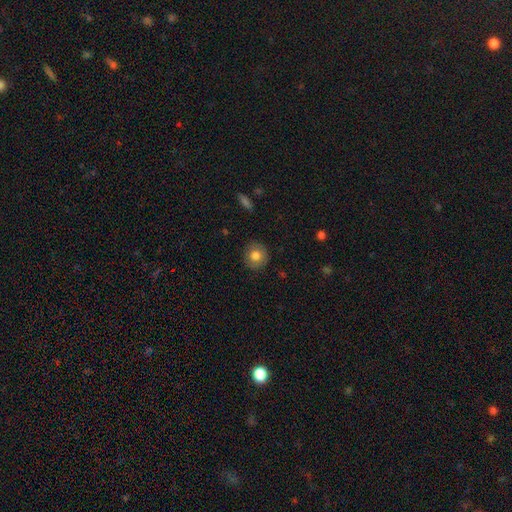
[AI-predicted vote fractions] Overall: smooth (78%). How rounded: round (90%). Merging: none (87%).